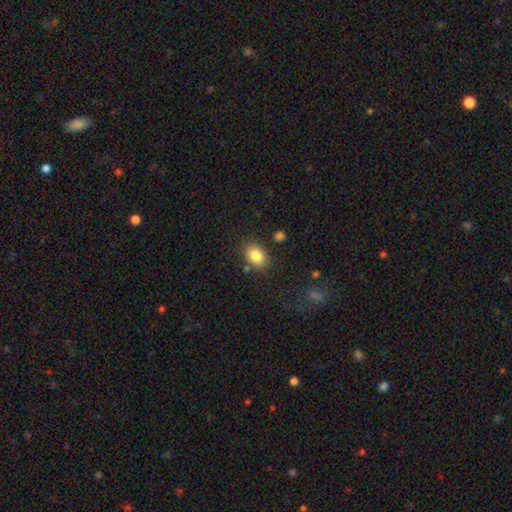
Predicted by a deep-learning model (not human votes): This is clearly a smooth galaxy (84%). How rounded: likely in between (73%). Merging: clearly none (80%).